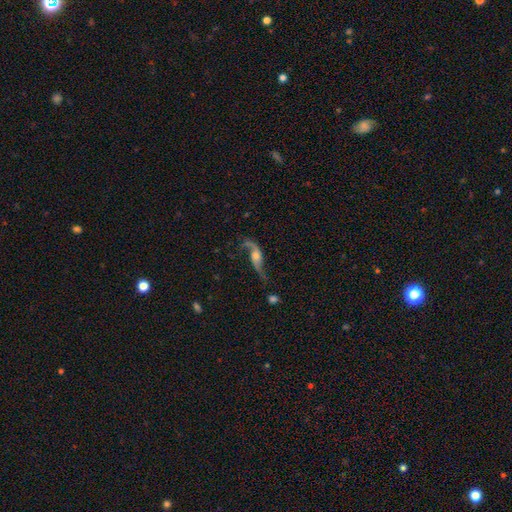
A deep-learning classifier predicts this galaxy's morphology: This is clearly a featured or disk galaxy (81%). It is clearly not viewed edge-on (87%). Bar: likely no (61%). Spiral arm pattern: clearly yes (93%). Spiral arm count: clearly 2 (89%). Spiral winding: clearly loose (89%). Central bulge: possibly moderate (45%). Merging: possibly none (56%).